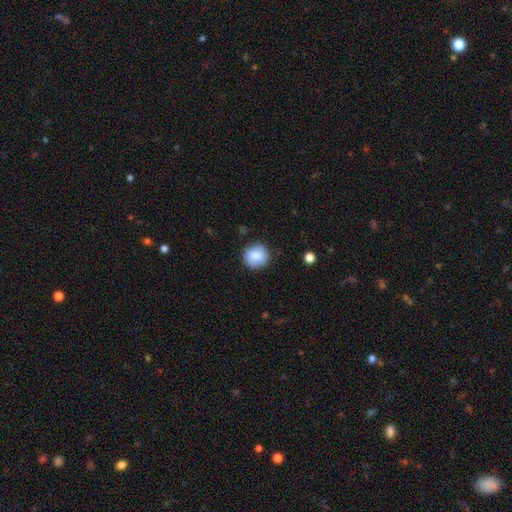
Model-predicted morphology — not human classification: This is likely a smooth galaxy (80%). How rounded: clearly round (91%). Merging: clearly none (82%).